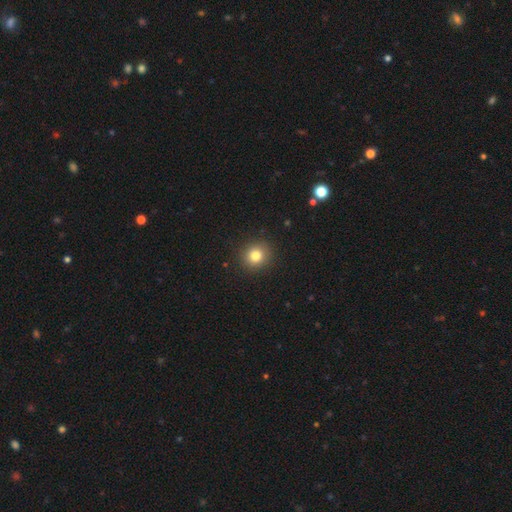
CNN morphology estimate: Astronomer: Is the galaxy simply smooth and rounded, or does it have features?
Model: smooth — 81%.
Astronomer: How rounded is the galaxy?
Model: round — 88%.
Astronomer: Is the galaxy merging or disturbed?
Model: none — 91%.